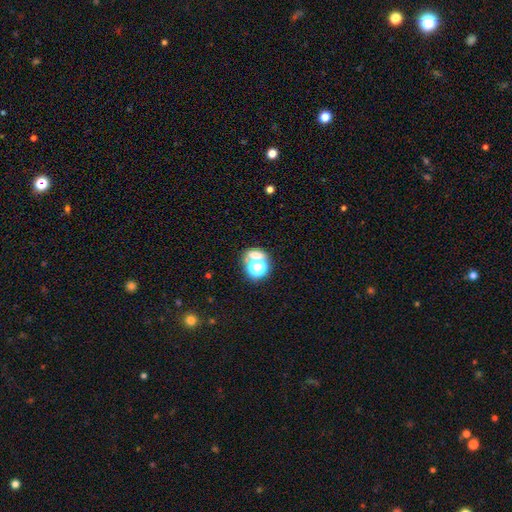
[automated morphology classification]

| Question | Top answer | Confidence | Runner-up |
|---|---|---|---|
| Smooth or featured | smooth | 51% | star or artifact (35%) |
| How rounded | round | 68% | in between (30%) |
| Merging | none | 49% | merger (36%) |